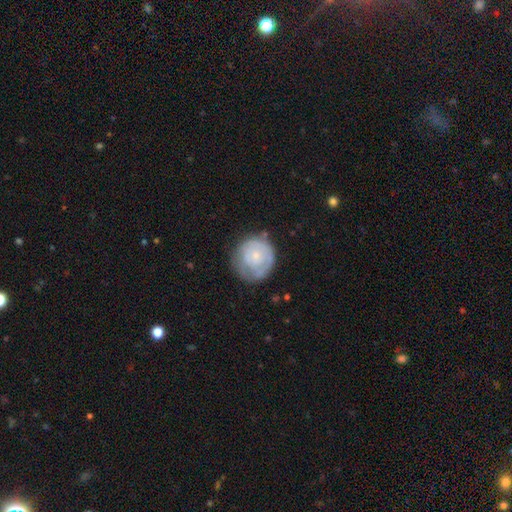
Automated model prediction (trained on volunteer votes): The model was most divided on "smooth or featured" (2-way tie): smooth: 47%, featured or disk: 47%, star or artifact: 6%. More confident: merging — none (56%).